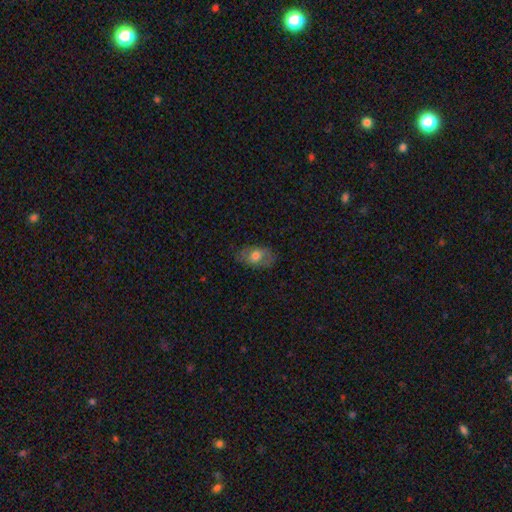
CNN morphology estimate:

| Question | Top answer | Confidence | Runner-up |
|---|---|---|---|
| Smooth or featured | smooth | 67% | featured or disk (25%) |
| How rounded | in between | 88% | round (10%) |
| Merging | none | 76% | minor disturbance (18%) |